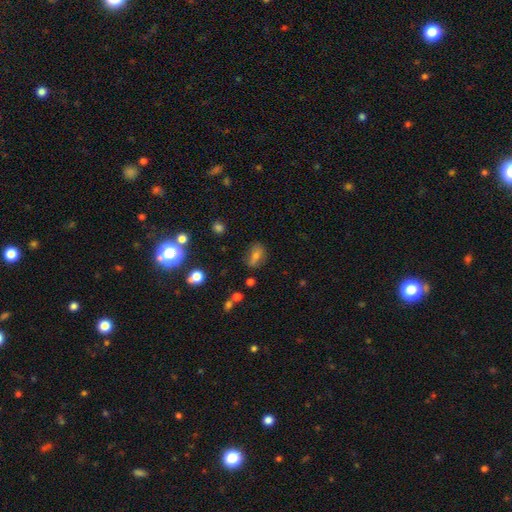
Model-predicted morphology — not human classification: This is possibly a smooth galaxy (60%). How rounded: likely in between (74%). Merging: likely none (73%).